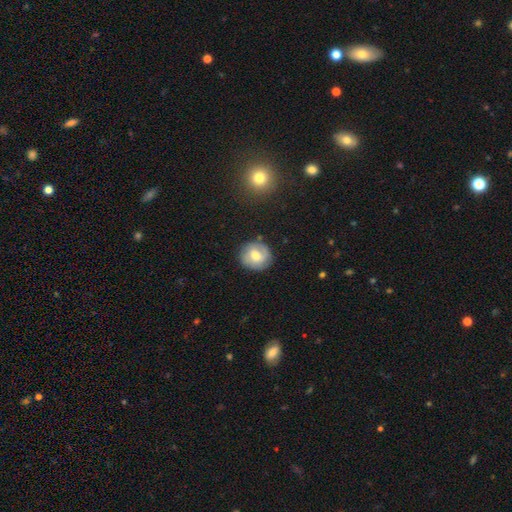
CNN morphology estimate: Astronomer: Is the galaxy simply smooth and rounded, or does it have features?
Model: smooth — 55% (runner-up: featured or disk, 38%).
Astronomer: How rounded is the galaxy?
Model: round — 86%.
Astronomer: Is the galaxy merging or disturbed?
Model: none — 80%.